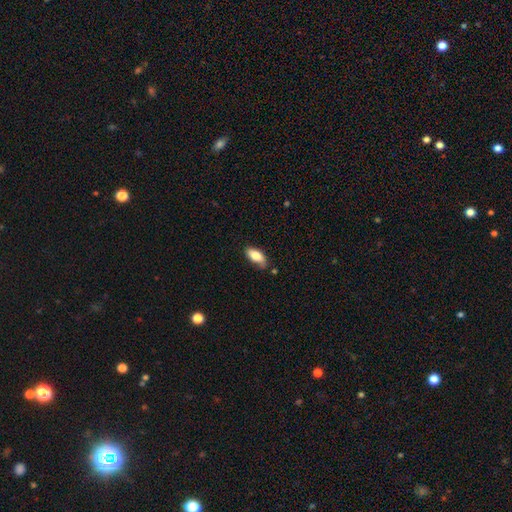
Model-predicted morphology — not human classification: Smooth or featured?
  - smooth: 78% *
  - featured or disk: 15%
  - star or artifact: 7%
How rounded?
  - in between: 88% *
  - cigar-shaped: 9%
  - round: 3%
Merging?
  - none: 63% *
  - minor disturbance: 27%
  - major disturbance: 6%
  - merger: 4%